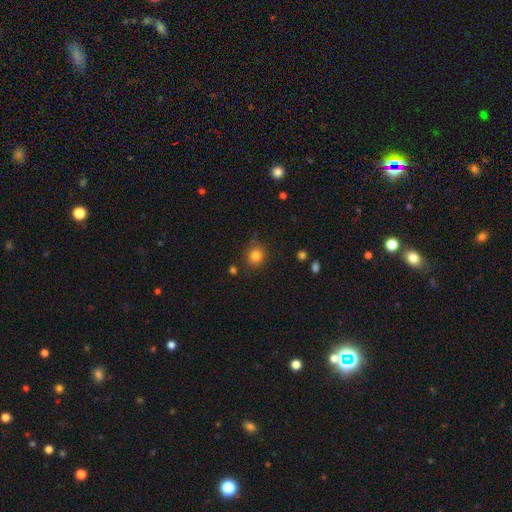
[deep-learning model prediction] Smooth or featured? Predicted: smooth (p=0.82). How rounded? Predicted: round (p=0.85). Merging? Predicted: none (p=0.83).